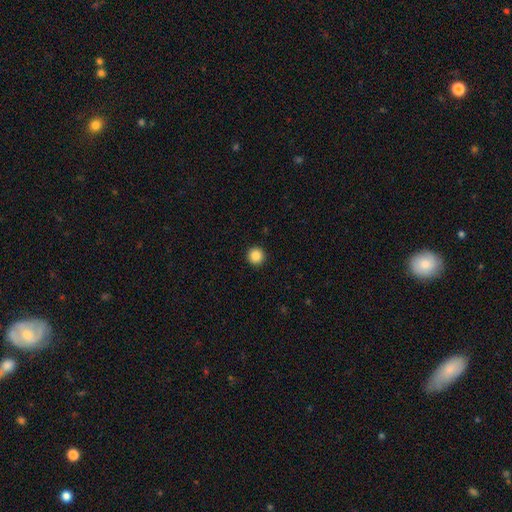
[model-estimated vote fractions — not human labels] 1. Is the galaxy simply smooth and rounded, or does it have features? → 87% smooth, 10% star or artifact, 3% featured or disk.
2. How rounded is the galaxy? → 96% round, 3% in between, 1% cigar-shaped.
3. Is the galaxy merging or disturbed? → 93% none, 4% minor disturbance, 2% major disturbance, 1% merger.